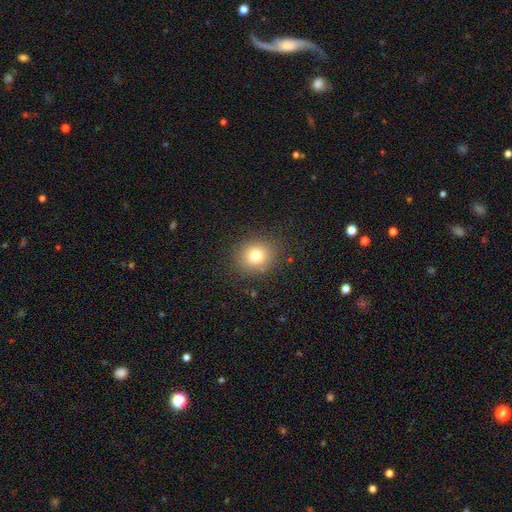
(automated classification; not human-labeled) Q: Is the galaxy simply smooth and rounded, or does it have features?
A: smooth — 77%.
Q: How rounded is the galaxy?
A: round — 81%.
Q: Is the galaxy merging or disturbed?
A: none — 87%.